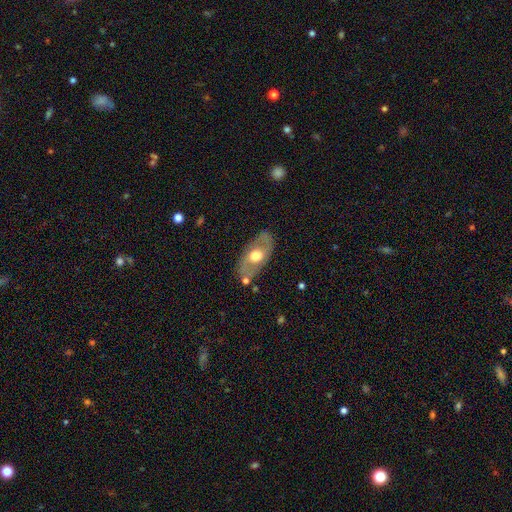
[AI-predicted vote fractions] featured or disk 56%, smooth 38%, star or artifact 6%. Down the decision tree: edge-on disk — no (86%); merging — none (77%).